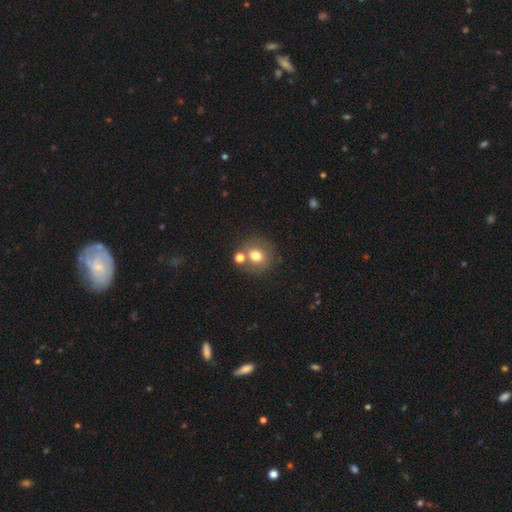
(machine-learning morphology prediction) Smooth or featured: smooth — 70% (featured or disk — 18%)
How rounded: round — 84% (in between — 15%)
Merging: none — 67% (merger — 19%)